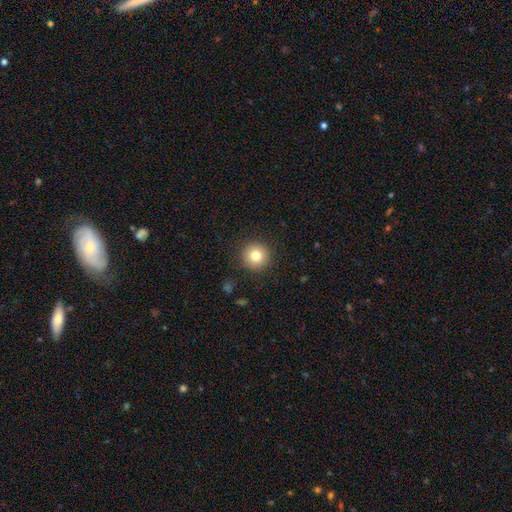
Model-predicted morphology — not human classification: Smooth or featured? smooth (80%)
How rounded? round (95%)
Merging? none (90%)